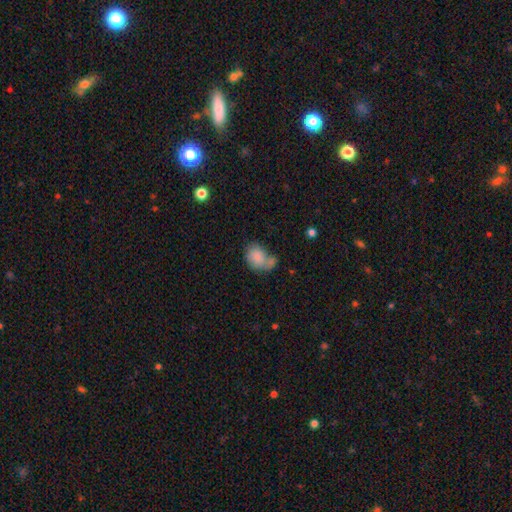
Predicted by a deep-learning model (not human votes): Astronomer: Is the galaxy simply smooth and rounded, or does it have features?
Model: smooth — 78%.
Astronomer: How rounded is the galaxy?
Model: in between — 62%.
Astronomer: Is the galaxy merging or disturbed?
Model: none — 35% (runner-up: merger, 34%).